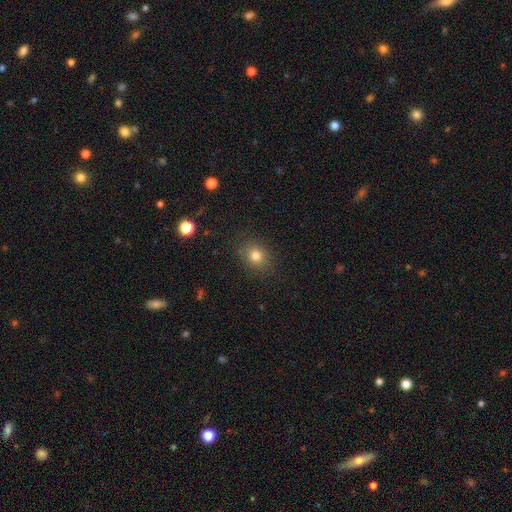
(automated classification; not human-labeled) Smooth or featured?
  - smooth: 78% *
  - star or artifact: 14%
  - featured or disk: 8%
How rounded?
  - round: 65% *
  - in between: 34%
  - cigar-shaped: 1%
Merging?
  - none: 86% *
  - minor disturbance: 10%
  - major disturbance: 3%
  - merger: 1%